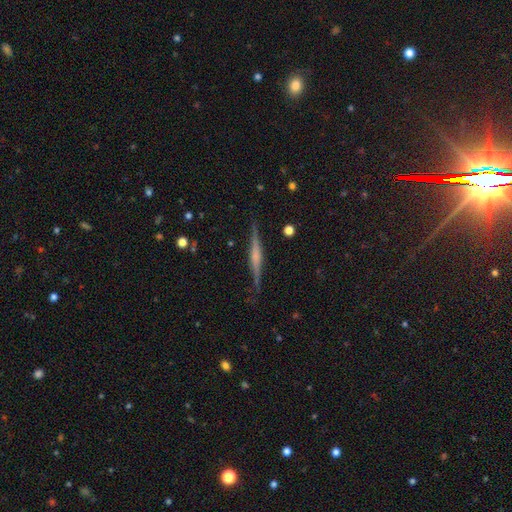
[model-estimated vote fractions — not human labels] The model was most divided on "edge-on bulge": rounded: 50%, boxy: 29%, none: 20%. More confident: edge-on disk — yes (97%); merging — none (85%); smooth or featured — featured or disk (72%).